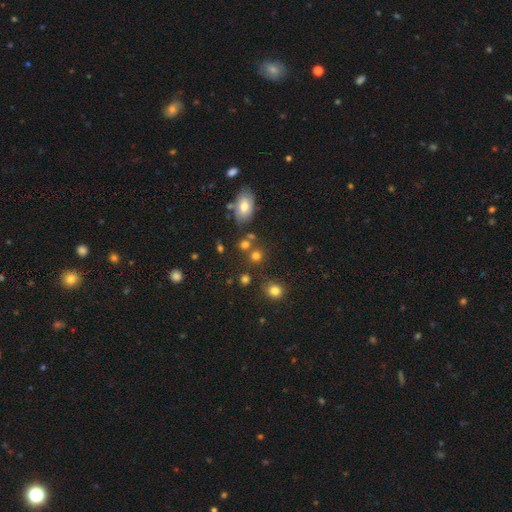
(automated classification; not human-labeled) A smooth galaxy with no disk features (76%) that is round (84%). Merging: none (69%).